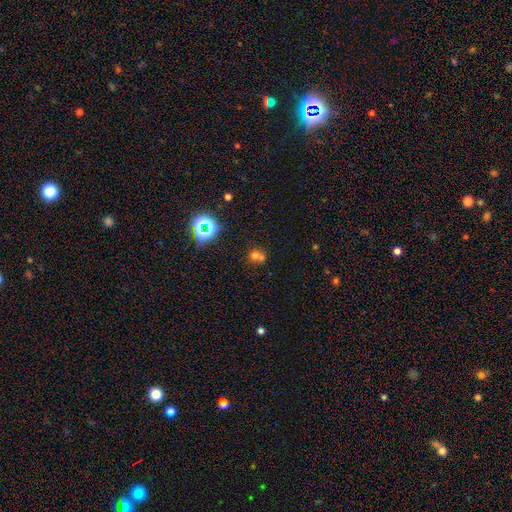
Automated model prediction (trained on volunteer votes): The model was most divided on "merging": merger: 47%, none: 43%, minor disturbance: 7%, major disturbance: 4%. More confident: how rounded — round (81%); smooth or featured — smooth (58%).